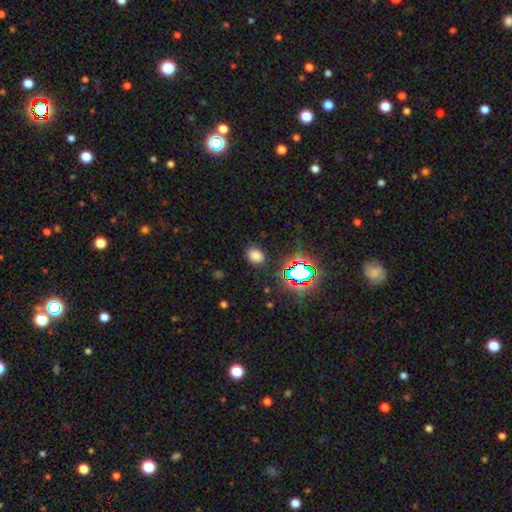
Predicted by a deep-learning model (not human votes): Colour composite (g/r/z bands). It shows a smooth galaxy with no disk features (70%) that is in between round and cigar-shaped (65%). Merging: none (83%).